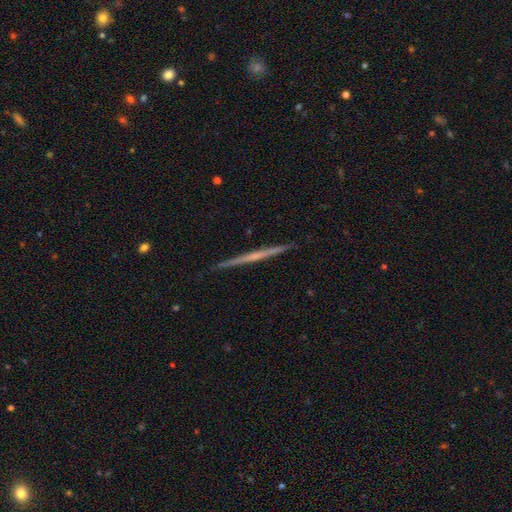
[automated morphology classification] smooth-or-featured: featured or disk: 70% | smooth: 24% | star or artifact: 6%
  disk-edge-on: yes: 98% | no: 2%
    edge-on-bulge: none: 71% | rounded: 23% | boxy: 6%
  merging: none: 92% | minor disturbance: 6% | major disturbance: 1% | merger: 1%